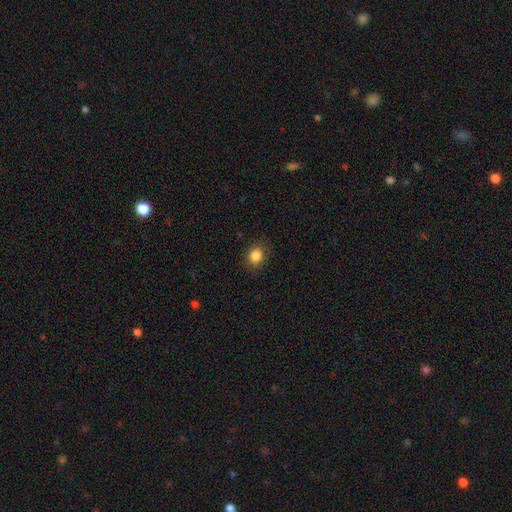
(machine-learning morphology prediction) This appears to be a smooth galaxy with no disk features (85%) that is round (60%). Merging: none (86%).